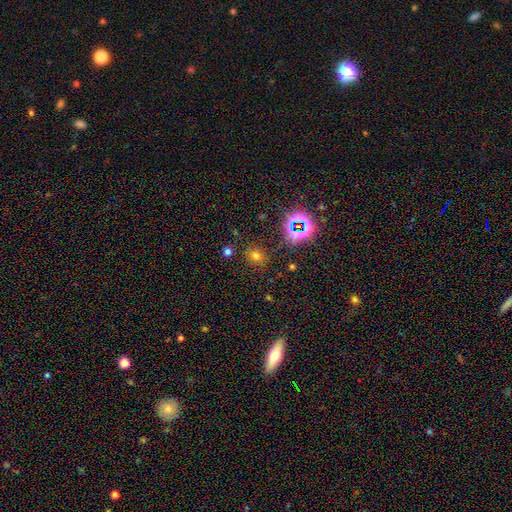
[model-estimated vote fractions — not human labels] Q: Smooth or featured?
A: smooth (61%); runner-up: star or artifact (31%)
Q: How rounded?
A: round (63%); runner-up: in between (36%)
Q: Merging?
A: none (81%); runner-up: minor disturbance (11%)